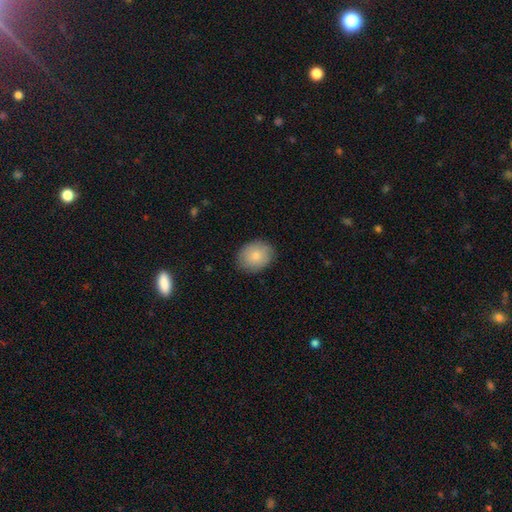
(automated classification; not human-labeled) This is clearly a smooth galaxy (83%). How rounded: possibly in between (53%). Merging: clearly none (86%).